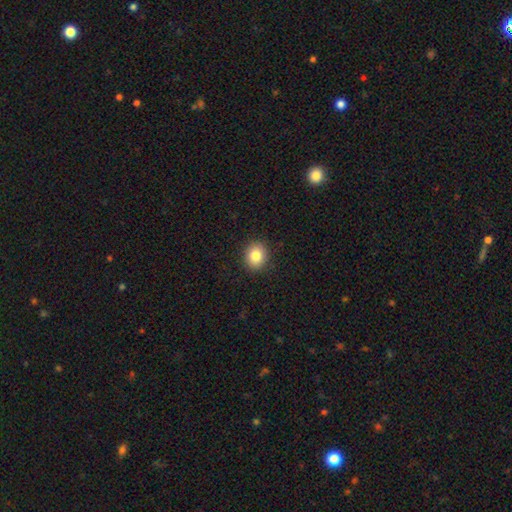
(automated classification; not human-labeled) smooth-or-featured: smooth: 83% | star or artifact: 10% | featured or disk: 8%
  how-rounded: round: 68% | in between: 32% | cigar-shaped: 1%
  merging: none: 90% | minor disturbance: 7% | major disturbance: 2% | merger: 1%